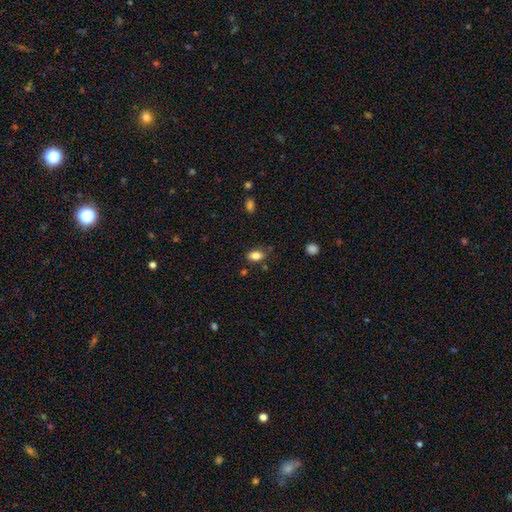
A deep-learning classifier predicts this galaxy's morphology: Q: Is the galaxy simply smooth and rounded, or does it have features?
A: smooth — 83%.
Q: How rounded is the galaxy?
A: in between — 86%.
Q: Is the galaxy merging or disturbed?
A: none — 79%.